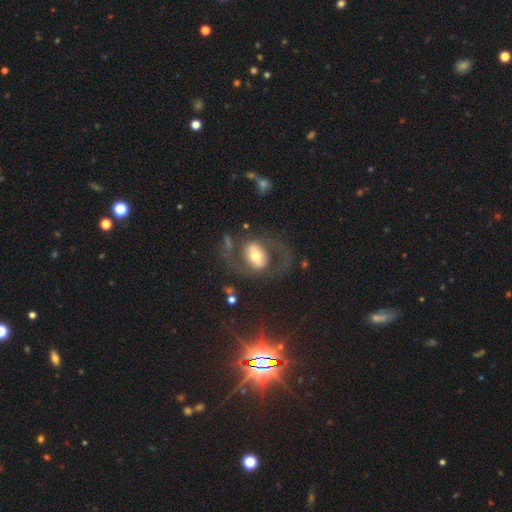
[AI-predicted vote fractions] A featured or disk galaxy (68%) with no bar (46%), spiral arms (67%) and a moderate central bulge (65%).

Vote fractions:
- Smooth or featured? featured or disk: 68% / smooth: 25% / star or artifact: 6%
- Edge-on disk? no: 95% / yes: 5%
- Bar? no: 46% / weak: 29% / strong: 25%
- Spiral arms? yes: 67% / no: 33%
- Bulge size? moderate: 65% / large: 18% / small: 14% / dominant: 3% / none: 1%
- Merging? none: 61% / major disturbance: 21% / minor disturbance: 14% / merger: 3%